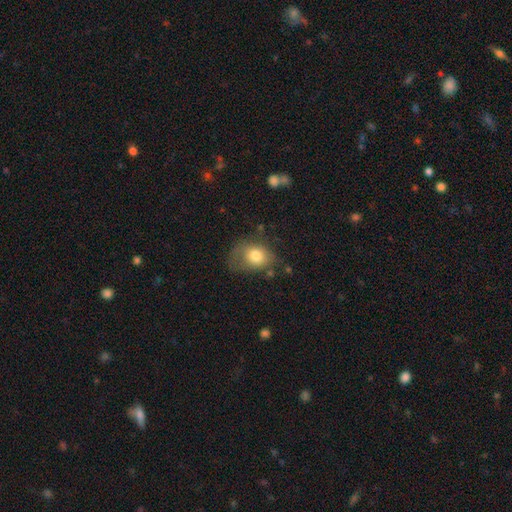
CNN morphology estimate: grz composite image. It shows a smooth galaxy with no disk features (75%) that is in between round and cigar-shaped (60%). Merging: none (43%).